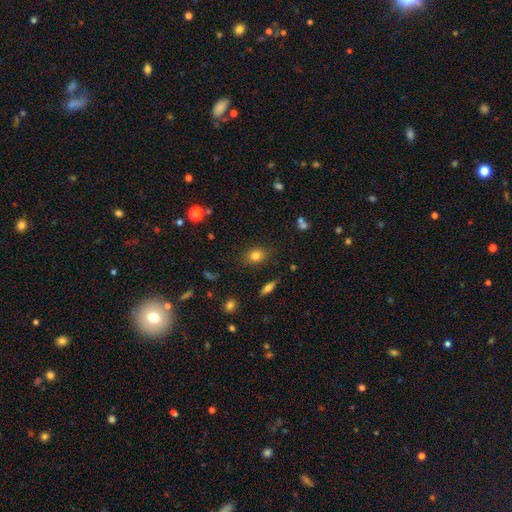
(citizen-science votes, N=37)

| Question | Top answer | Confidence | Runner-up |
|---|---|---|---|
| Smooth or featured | smooth | 86% | featured or disk (8%) |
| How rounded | in between | 62% | round (38%) |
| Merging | none | 77% | minor disturbance (20%) |